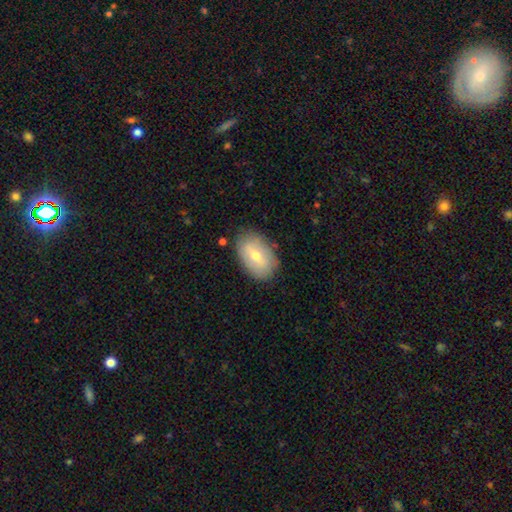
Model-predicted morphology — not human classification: Smooth or featured?
  - smooth: 63% *
  - featured or disk: 30%
  - star or artifact: 7%
How rounded?
  - in between: 90% *
  - round: 9%
  - cigar-shaped: 1%
Merging?
  - none: 83% *
  - minor disturbance: 12%
  - major disturbance: 3%
  - merger: 1%